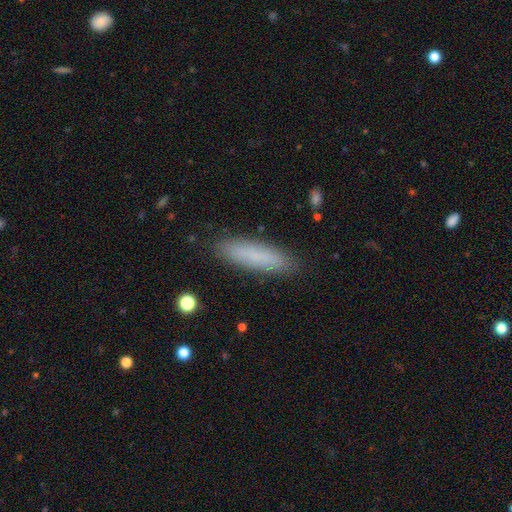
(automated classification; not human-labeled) smooth-or-featured: smooth: 81% | featured or disk: 11% | star or artifact: 8%
  how-rounded: cigar-shaped: 74% | in between: 24% | round: 1%
  merging: none: 88% | minor disturbance: 9% | major disturbance: 2% | merger: 1%